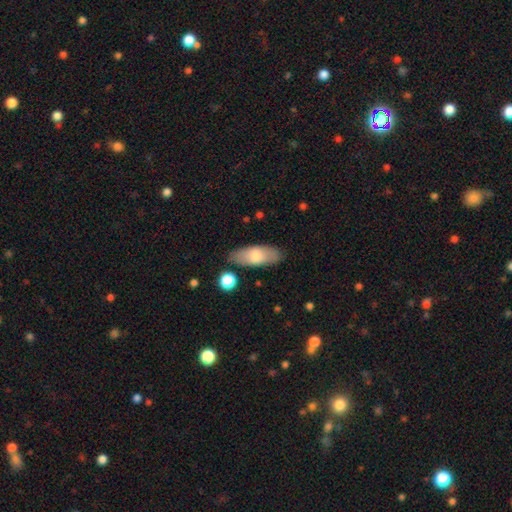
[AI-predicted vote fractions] A smooth galaxy with no disk features (76%) that is in between round and cigar-shaped (80%).

Vote fractions:
- Smooth or featured? smooth: 76% / featured or disk: 18% / star or artifact: 6%
- How rounded? in between: 80% / cigar-shaped: 18% / round: 2%
- Merging? none: 81% / minor disturbance: 13% / major disturbance: 3% / merger: 3%